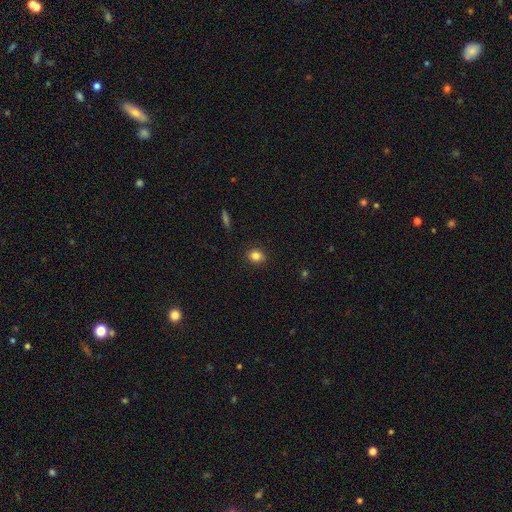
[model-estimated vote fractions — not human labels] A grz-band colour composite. It shows a smooth galaxy with no disk features (84%) that is round (71%). Merging: none (89%).